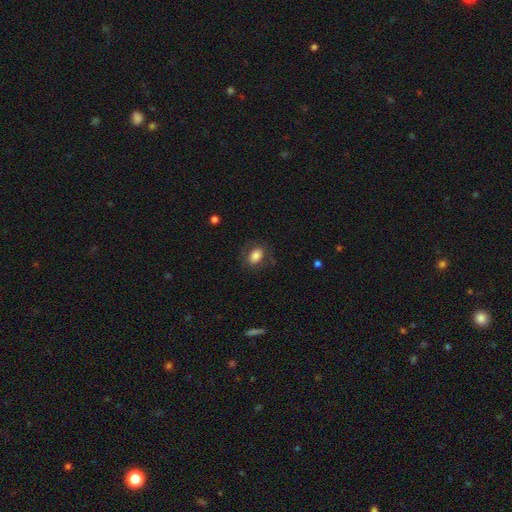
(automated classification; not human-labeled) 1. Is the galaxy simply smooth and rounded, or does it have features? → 77% smooth, 15% featured or disk, 8% star or artifact.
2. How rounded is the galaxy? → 75% in between, 24% round, 1% cigar-shaped.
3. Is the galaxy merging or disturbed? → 74% none, 16% minor disturbance, 10% major disturbance, 1% merger.